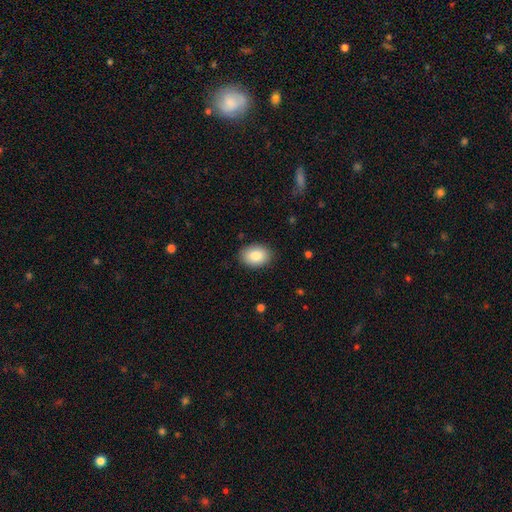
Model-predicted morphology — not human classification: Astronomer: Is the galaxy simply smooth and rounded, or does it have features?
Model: smooth — 85%.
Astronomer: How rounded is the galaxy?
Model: in between — 78%.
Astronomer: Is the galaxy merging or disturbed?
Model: none — 87%.